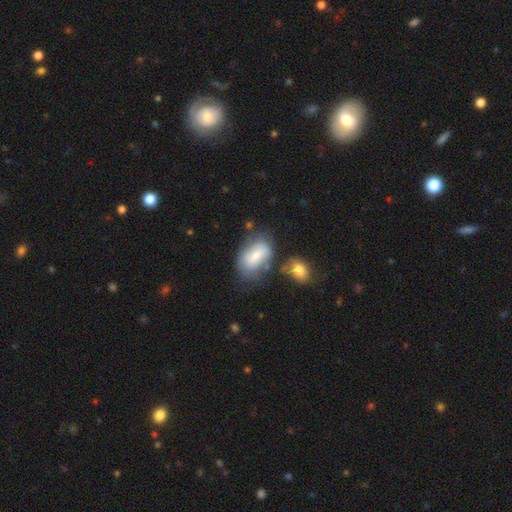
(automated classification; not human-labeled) Smooth or featured? Predicted: smooth (p=0.64). How rounded? Predicted: in between (p=0.90). Merging? Predicted: none (p=0.55).